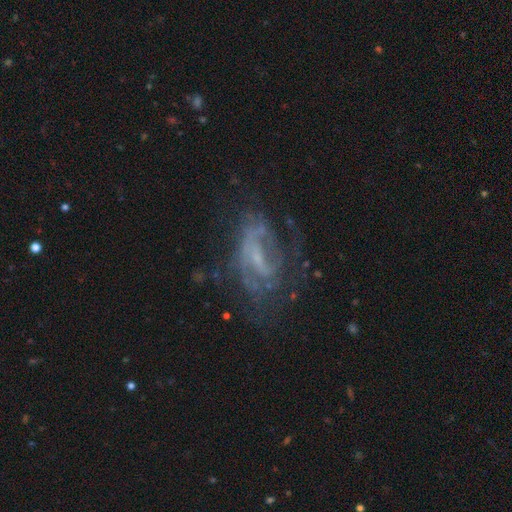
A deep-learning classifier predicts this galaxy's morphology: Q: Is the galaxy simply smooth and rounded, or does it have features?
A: featured or disk — 73%.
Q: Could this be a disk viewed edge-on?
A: no — 94%.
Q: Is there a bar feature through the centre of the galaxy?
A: weak — 43%.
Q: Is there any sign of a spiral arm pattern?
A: yes — 68%.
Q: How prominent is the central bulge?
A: small — 48%.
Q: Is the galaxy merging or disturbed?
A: none — 49%.